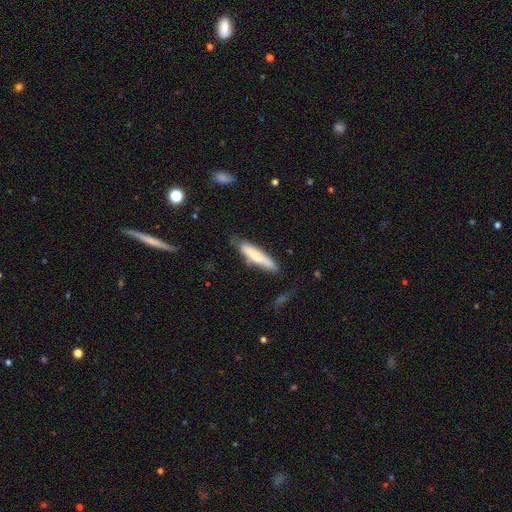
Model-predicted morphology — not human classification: smooth_or_featured: smooth (p=0.74) [alt: featured or disk p=0.20]
how_rounded: cigar-shaped (p=0.80) [alt: in between p=0.18]
merging: none (p=0.69) [alt: minor disturbance p=0.22]